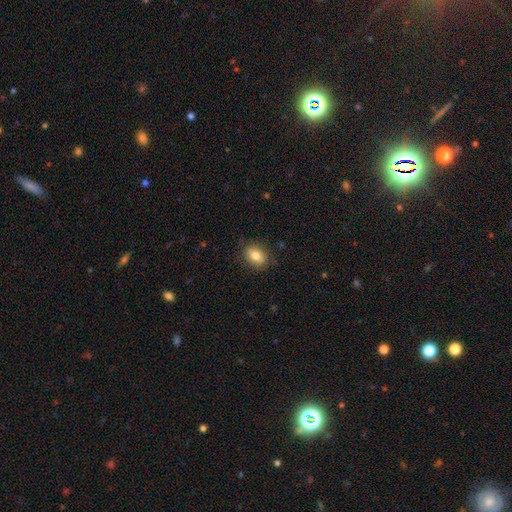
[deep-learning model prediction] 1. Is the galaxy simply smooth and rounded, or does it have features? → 81% smooth, 11% featured or disk, 8% star or artifact.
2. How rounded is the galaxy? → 75% in between, 24% round, 2% cigar-shaped.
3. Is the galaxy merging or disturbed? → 84% none, 12% minor disturbance, 3% major disturbance, 1% merger.